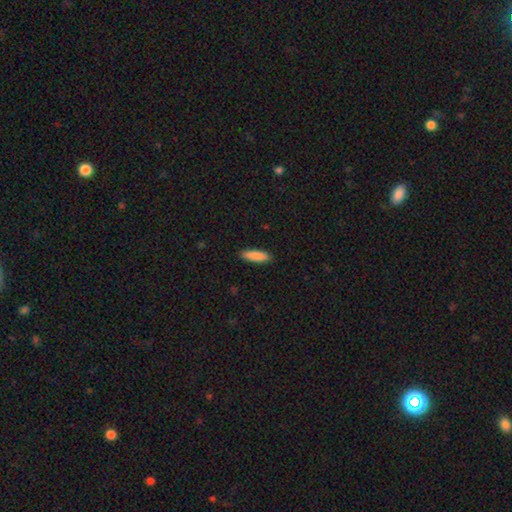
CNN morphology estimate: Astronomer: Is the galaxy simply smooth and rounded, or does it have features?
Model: smooth — 89%.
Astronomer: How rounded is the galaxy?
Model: cigar-shaped — 59% (runner-up: in between, 40%).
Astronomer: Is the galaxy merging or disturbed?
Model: none — 90%.